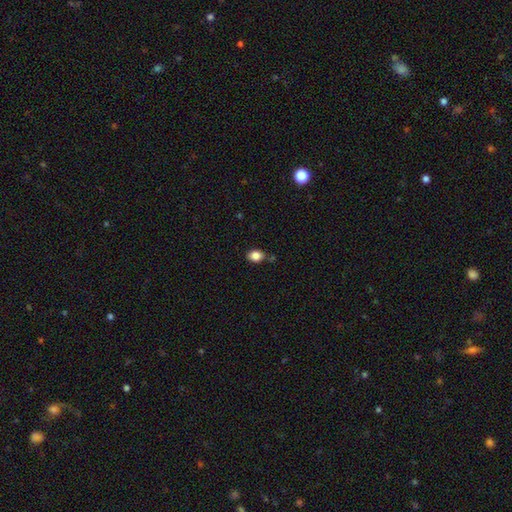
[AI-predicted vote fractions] Q: Smooth or featured?
A: smooth (85%); runner-up: star or artifact (10%)
Q: How rounded?
A: in between (63%); runner-up: round (36%)
Q: Merging?
A: none (75%); runner-up: minor disturbance (15%)